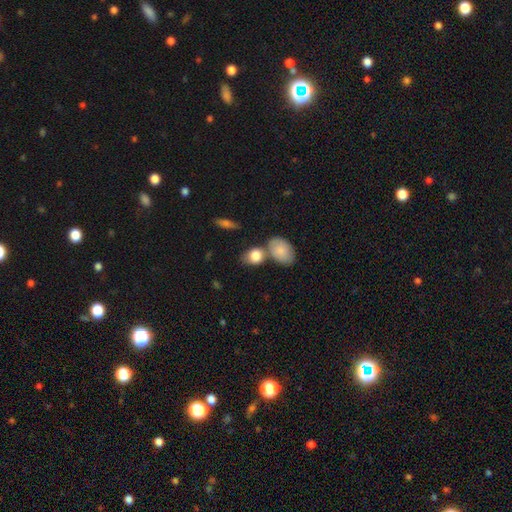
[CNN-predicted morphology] A smooth galaxy with no disk features (82%) that is in between round and cigar-shaped (68%). Merging: none (49%).